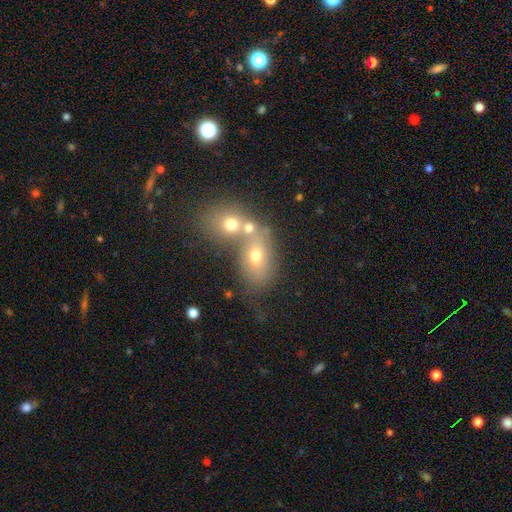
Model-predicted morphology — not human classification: Smooth or featured? smooth (59%)
How rounded? in between (62%)
Merging? merger (60%)